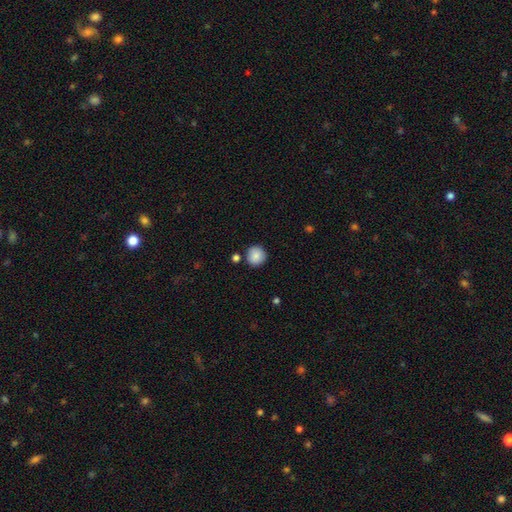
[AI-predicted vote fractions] Smooth or featured? smooth (86%)
How rounded? round (93%)
Merging? none (86%)